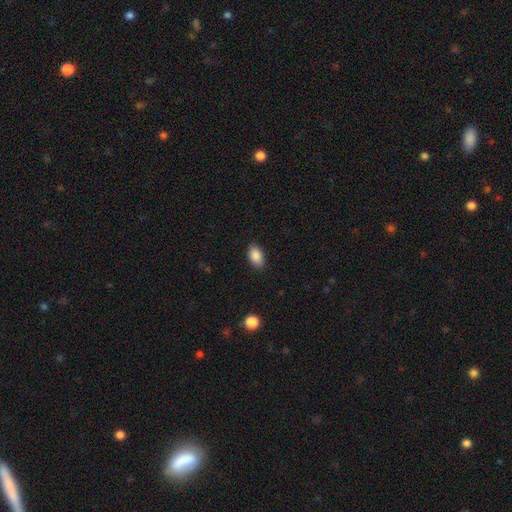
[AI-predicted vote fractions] Smooth or featured: smooth — 88% (star or artifact — 7%)
How rounded: in between — 92% (round — 6%)
Merging: none — 85% (minor disturbance — 11%)